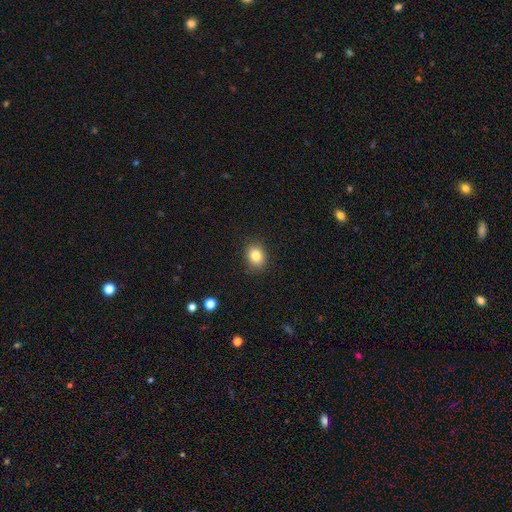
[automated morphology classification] Overall: smooth (83%). How rounded: round (53%; in between 46%). Merging: none (89%).